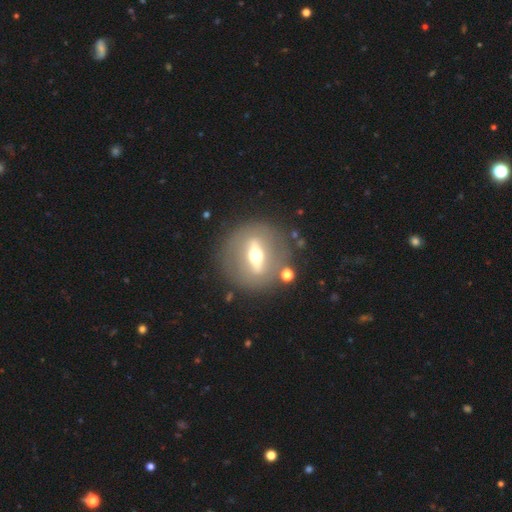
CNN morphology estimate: Smooth or featured: featured or disk — 72% (smooth — 21%)
Edge-on disk: no — 55% (yes — 45%)
Merging: none — 82% (minor disturbance — 9%)